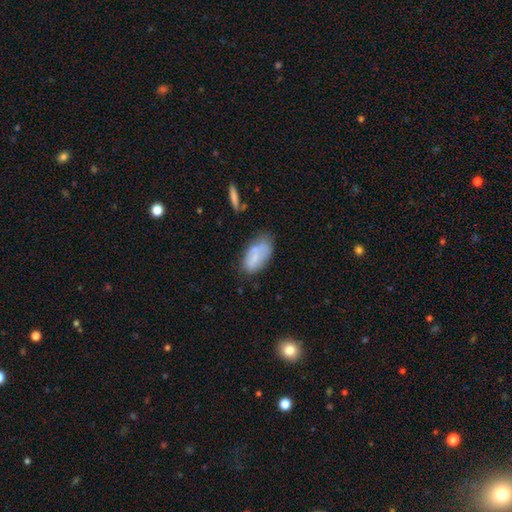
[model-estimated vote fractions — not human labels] This is likely a smooth galaxy (68%). How rounded: clearly in between (93%). Merging: possibly none (47%).